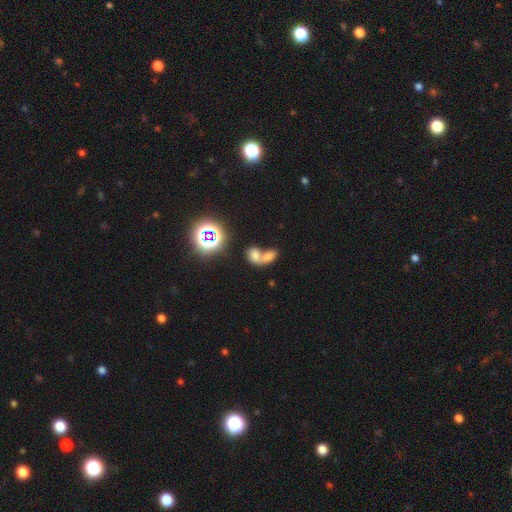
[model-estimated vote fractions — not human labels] smooth-or-featured: smooth: 61% | star or artifact: 21% | featured or disk: 18%
  how-rounded: in between: 77% | round: 21% | cigar-shaped: 2%
  merging: merger: 75% | none: 15% | minor disturbance: 5% | major disturbance: 5%